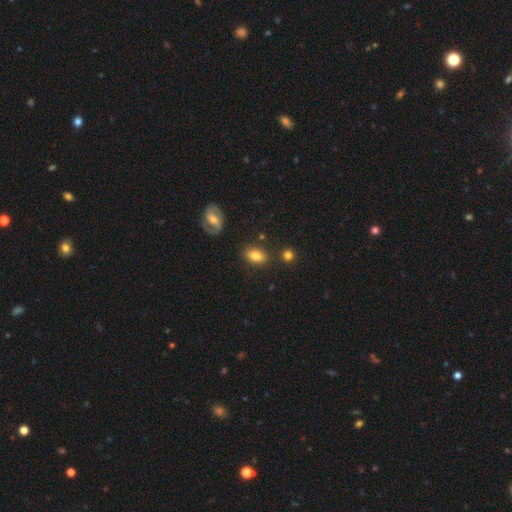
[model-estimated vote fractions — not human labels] smooth_or_featured: smooth (p=0.79) [alt: featured or disk p=0.13]
how_rounded: in between (p=0.85) [alt: round p=0.12]
merging: none (p=0.80) [alt: minor disturbance p=0.12]